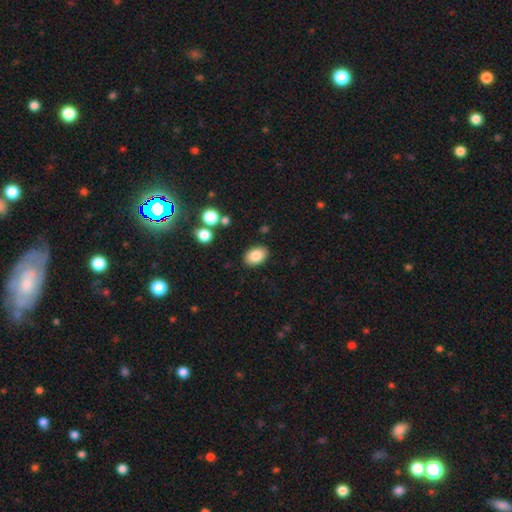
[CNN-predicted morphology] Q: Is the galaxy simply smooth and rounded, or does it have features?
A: smooth — 85%.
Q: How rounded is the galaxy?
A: in between — 87%.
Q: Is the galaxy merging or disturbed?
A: none — 87%.